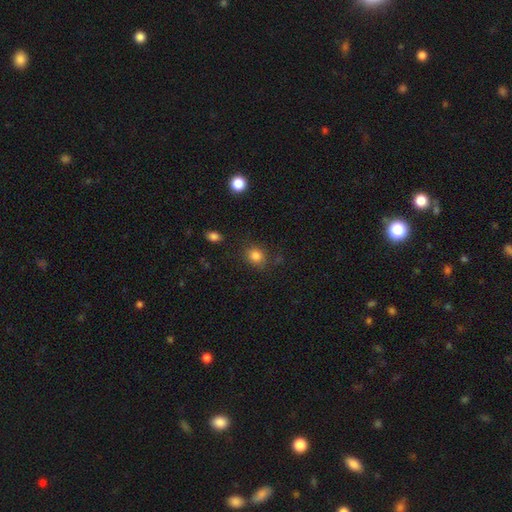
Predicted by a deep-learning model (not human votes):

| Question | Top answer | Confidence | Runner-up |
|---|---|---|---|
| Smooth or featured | smooth | 84% | star or artifact (11%) |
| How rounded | round | 72% | in between (27%) |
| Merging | none | 79% | minor disturbance (14%) |